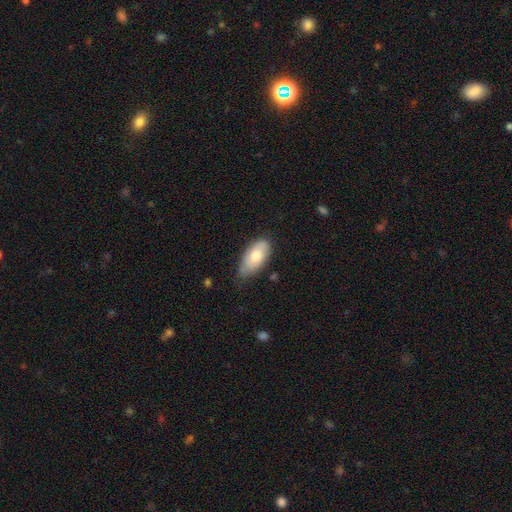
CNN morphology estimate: A smooth galaxy with no disk features (73%) that is in between round and cigar-shaped (91%).

Vote fractions:
- Smooth or featured? smooth: 73% / featured or disk: 21% / star or artifact: 6%
- How rounded? in between: 91% / cigar-shaped: 6% / round: 3%
- Merging? none: 64% / minor disturbance: 30% / major disturbance: 5% / merger: 2%